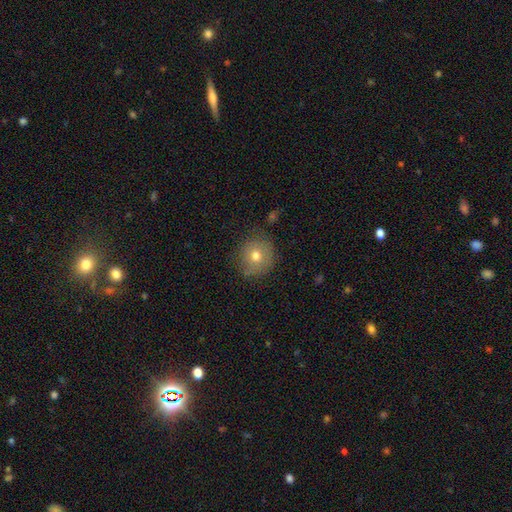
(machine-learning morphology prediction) Smooth or featured: smooth — 72% (featured or disk — 16%)
How rounded: round — 91% (in between — 8%)
Merging: none — 76% (minor disturbance — 18%)